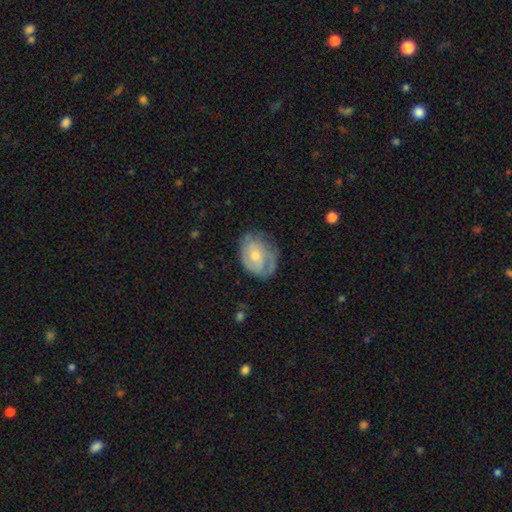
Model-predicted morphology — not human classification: Q: Smooth or featured?
A: featured or disk (58%); runner-up: smooth (36%)
Q: Edge-on disk?
A: no (96%); runner-up: yes (4%)
Q: Bar?
A: no (74%); runner-up: weak (22%)
Q: Spiral arms?
A: yes (70%); runner-up: no (30%)
Q: Bulge size?
A: moderate (53%); runner-up: small (37%)
Q: Merging?
A: none (58%); runner-up: minor disturbance (27%)